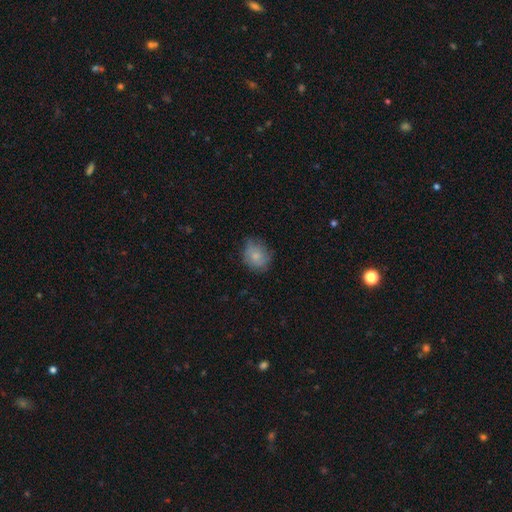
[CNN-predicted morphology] A smooth galaxy with no disk features (78%) that is round (55%).

Vote fractions:
- Smooth or featured? smooth: 78% / featured or disk: 14% / star or artifact: 8%
- How rounded? round: 55% / in between: 44% / cigar-shaped: 1%
- Merging? none: 64% / minor disturbance: 28% / major disturbance: 7% / merger: 1%